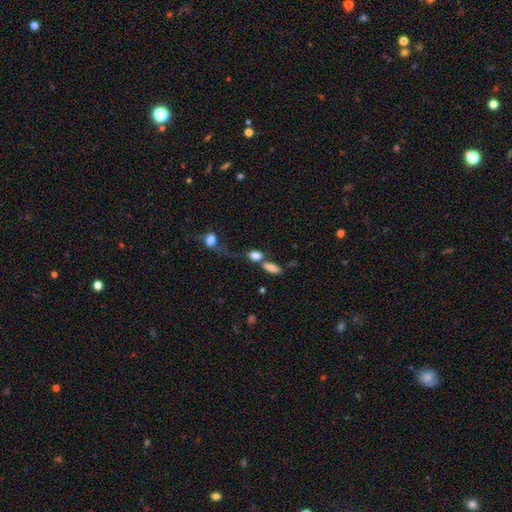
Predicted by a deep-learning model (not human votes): This appears to be a smooth galaxy with no disk features (80%) that is in between round and cigar-shaped (74%). Merging: merger (50%).